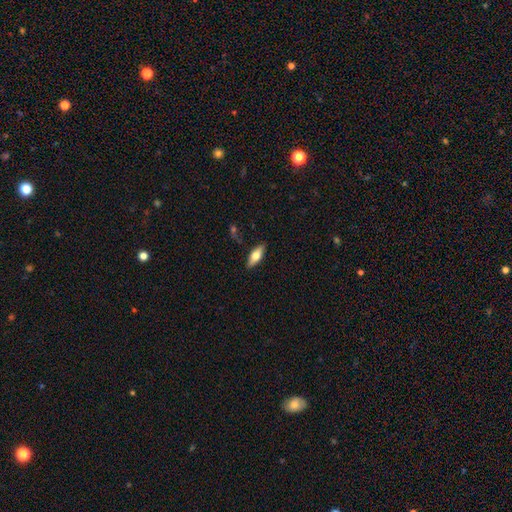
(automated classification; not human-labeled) A smooth galaxy with no disk features (67%) that is in between round and cigar-shaped (76%).

Vote fractions:
- Smooth or featured? smooth: 67% / featured or disk: 27% / star or artifact: 6%
- How rounded? in between: 76% / cigar-shaped: 21% / round: 2%
- Merging? none: 85% / minor disturbance: 11% / major disturbance: 2% / merger: 2%